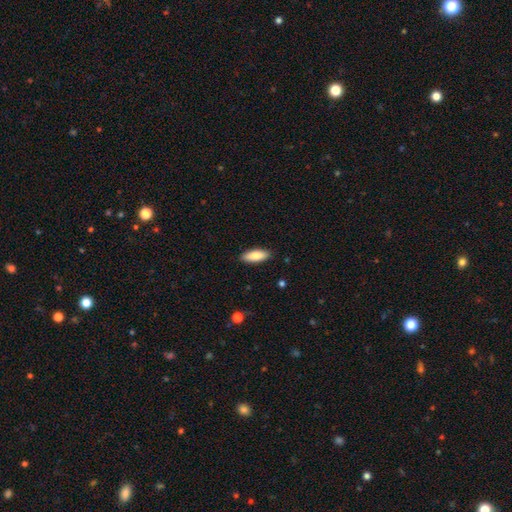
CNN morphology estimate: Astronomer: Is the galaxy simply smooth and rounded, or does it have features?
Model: smooth — 86%.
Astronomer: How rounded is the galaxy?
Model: in between — 73%.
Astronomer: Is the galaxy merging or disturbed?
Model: none — 89%.